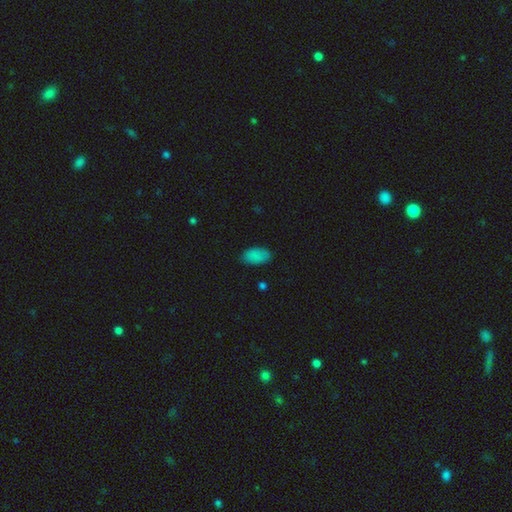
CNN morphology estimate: Q: Smooth or featured?
A: smooth (86%); runner-up: star or artifact (10%)
Q: How rounded?
A: in between (94%); runner-up: round (4%)
Q: Merging?
A: none (83%); runner-up: minor disturbance (13%)